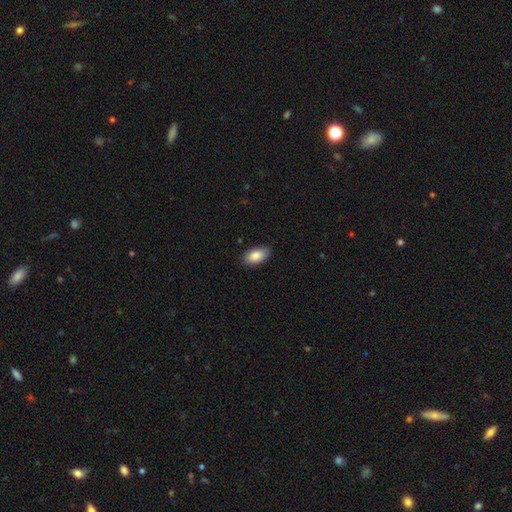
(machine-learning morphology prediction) A smooth galaxy with no disk features (87%) that is in between round and cigar-shaped (94%). Merging: none (88%).